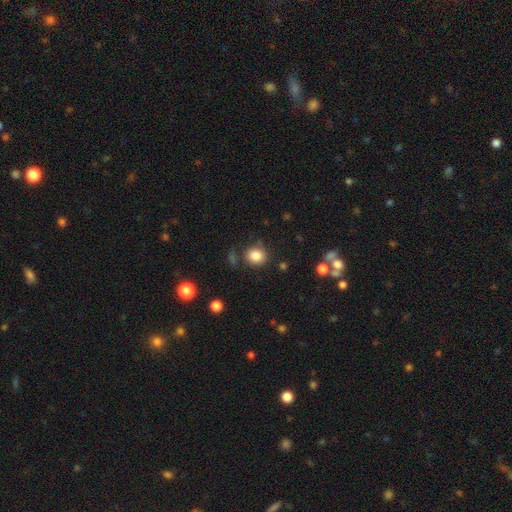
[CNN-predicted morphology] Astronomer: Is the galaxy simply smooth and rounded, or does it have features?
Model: smooth — 84%.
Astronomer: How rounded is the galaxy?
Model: round — 77%.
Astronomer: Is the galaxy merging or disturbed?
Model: none — 79%.